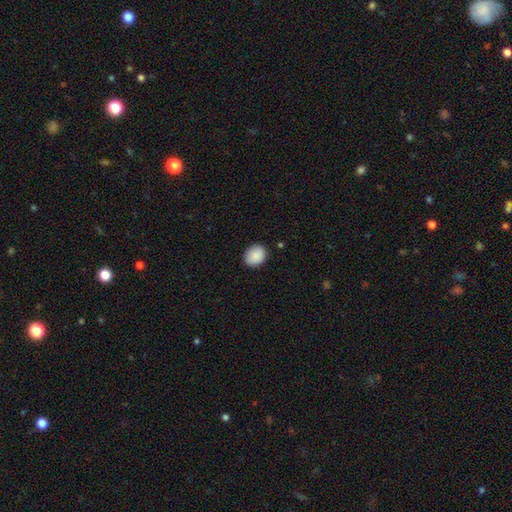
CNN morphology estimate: This appears to be a smooth galaxy with no disk features (89%) that is round (51%). Merging: none (86%).